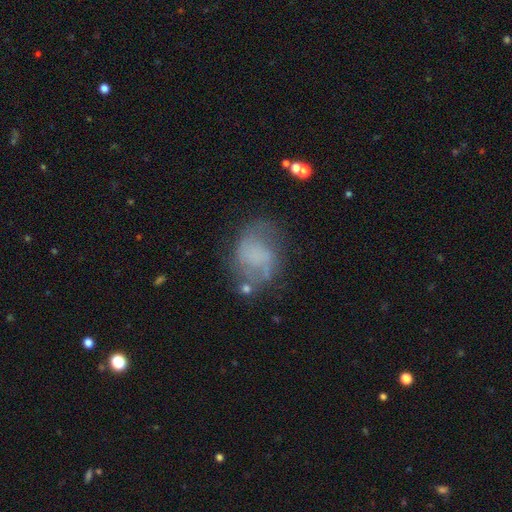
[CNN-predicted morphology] Smooth or featured?
  - featured or disk: 63% *
  - smooth: 26%
  - star or artifact: 11%
Edge-on disk?
  - no: 98% *
  - yes: 2%
Bar?
  - no: 69% *
  - weak: 25%
  - strong: 6%
Spiral arms?
  - yes: 81% *
  - no: 19%
Spiral winding?
  - medium: 41% *
  - loose: 38%
  - tight: 21%
Spiral arm count?
  - 2: 80% *
  - can't tell: 10%
  - 1: 4%
  - 3: 3%
  - 4: 1%
  - more than 4: 1%
Bulge size?
  - none: 69% *
  - small: 14%
  - moderate: 7%
  - large: 7%
  - dominant: 3%
Merging?
  - none: 58% *
  - minor disturbance: 22%
  - major disturbance: 15%
  - merger: 5%